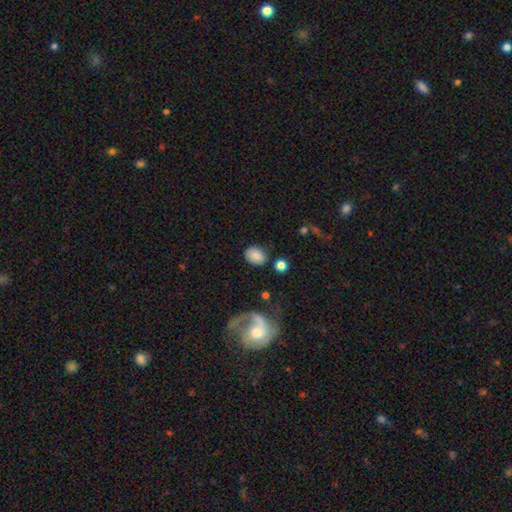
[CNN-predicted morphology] smooth-or-featured: smooth: 80% | featured or disk: 11% | star or artifact: 9%
  how-rounded: in between: 60% | round: 38% | cigar-shaped: 1%
  merging: none: 76% | minor disturbance: 14% | major disturbance: 6% | merger: 4%